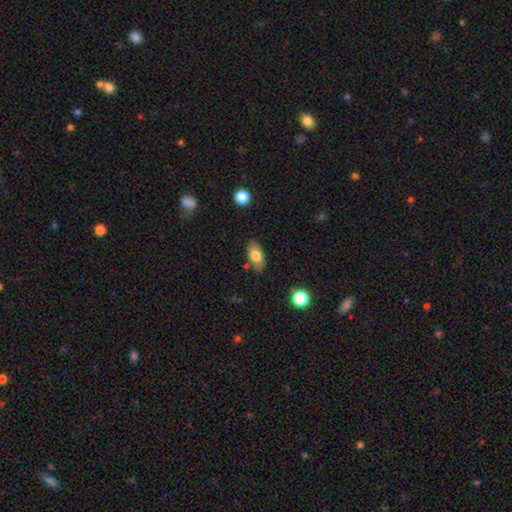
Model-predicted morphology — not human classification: A smooth galaxy with no disk features (77%) that is in between round and cigar-shaped (89%).

Vote fractions:
- Smooth or featured? smooth: 77% / featured or disk: 15% / star or artifact: 8%
- How rounded? in between: 89% / cigar-shaped: 6% / round: 5%
- Merging? none: 81% / minor disturbance: 13% / merger: 3% / major disturbance: 3%